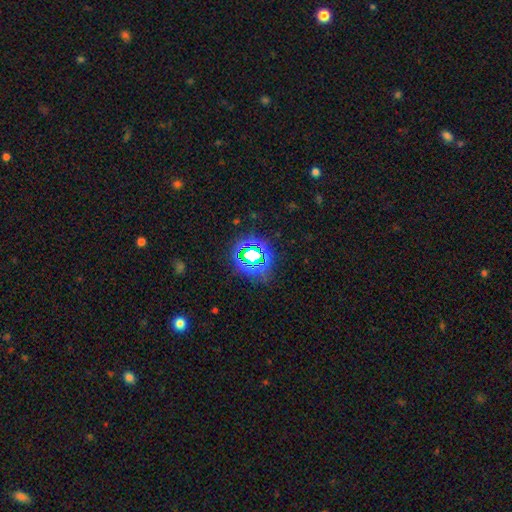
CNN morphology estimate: A star or artifact, not a galaxy (72%).

Vote fractions:
- Smooth or featured? star or artifact: 72% / smooth: 19% / featured or disk: 9%